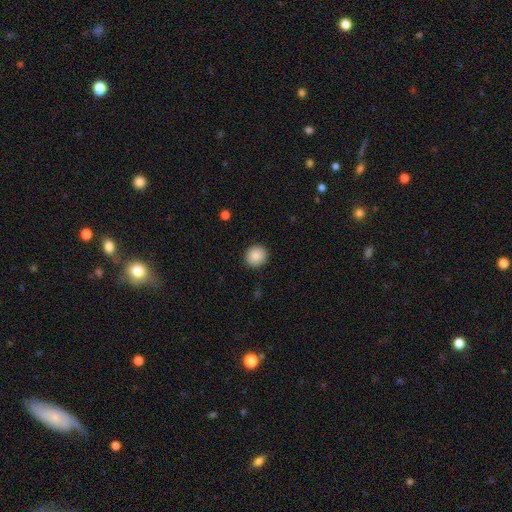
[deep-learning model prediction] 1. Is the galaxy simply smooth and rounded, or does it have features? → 88% smooth, 8% star or artifact, 4% featured or disk.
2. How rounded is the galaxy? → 88% round, 11% in between, 1% cigar-shaped.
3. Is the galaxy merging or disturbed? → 91% none, 6% minor disturbance, 2% major disturbance, 1% merger.